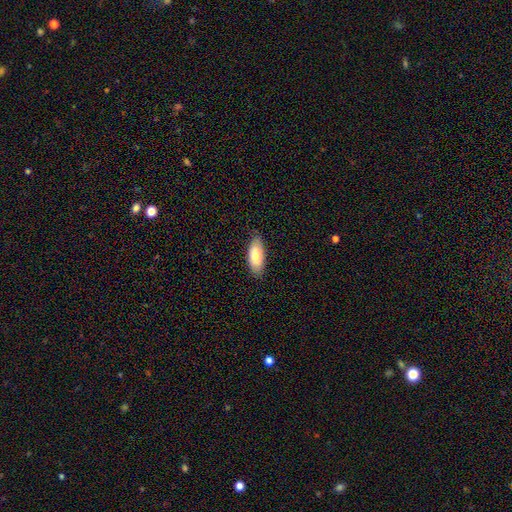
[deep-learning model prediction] smooth 80%, featured or disk 14%, star or artifact 6%. Down the decision tree: how rounded — in between (82%); merging — none (83%).